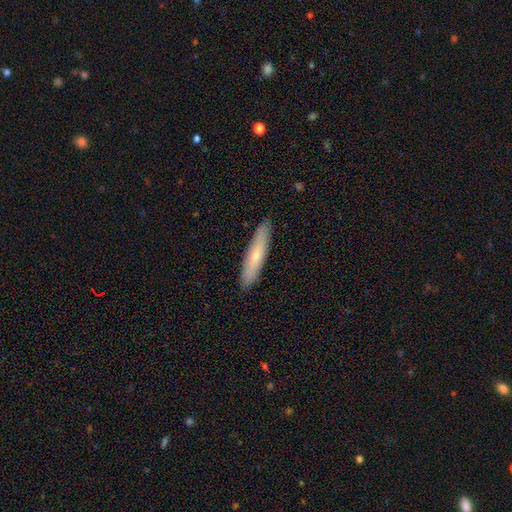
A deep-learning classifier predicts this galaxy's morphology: This is likely a smooth galaxy (64%). How rounded: clearly cigar-shaped (87%). Merging: clearly none (90%).